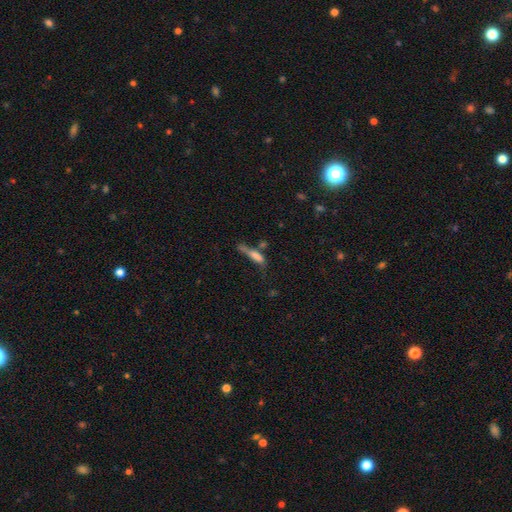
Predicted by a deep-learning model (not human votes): This appears to be a smooth galaxy with no disk features (65%) that is cigar-shaped (73%). Merging: none (33%).